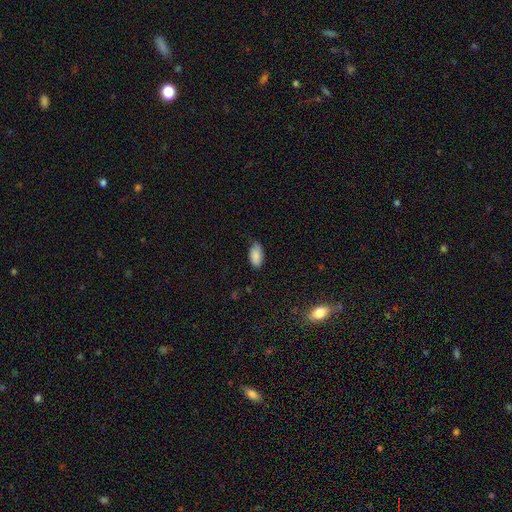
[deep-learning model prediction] smooth 87%, star or artifact 7%, featured or disk 6%. Down the decision tree: how rounded — in between (94%); merging — none (73%).